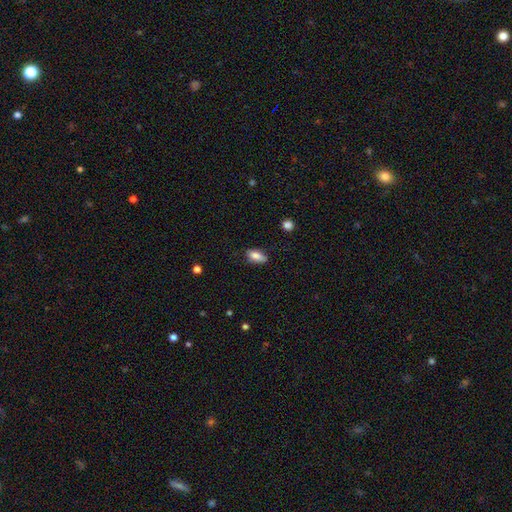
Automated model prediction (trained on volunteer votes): A smooth galaxy with no disk features (81%) that is in between round and cigar-shaped (84%). Merging: none (75%).